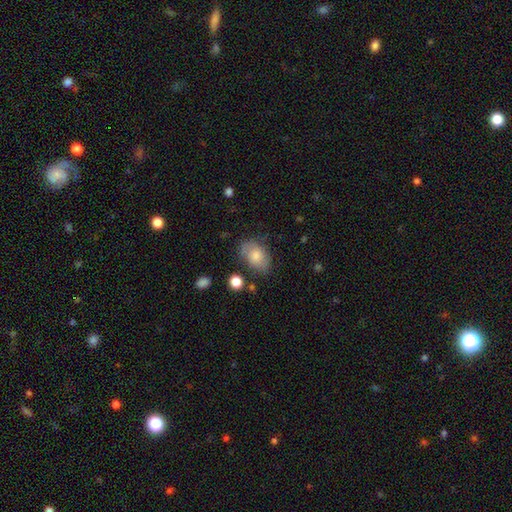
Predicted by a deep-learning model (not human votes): smooth 71%, featured or disk 22%, star or artifact 8%. Down the decision tree: how rounded — in between (85%); merging — none (66%).